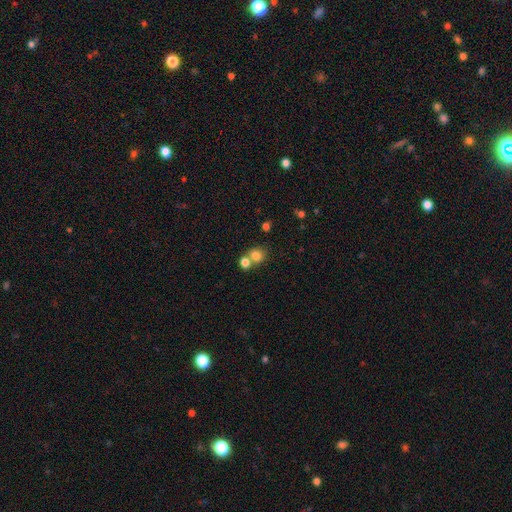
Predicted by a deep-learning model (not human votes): smooth_or_featured: smooth (p=0.79) [alt: star or artifact p=0.12]
how_rounded: round (p=0.70) [alt: in between p=0.29]
merging: none (p=0.47) [alt: merger p=0.40]